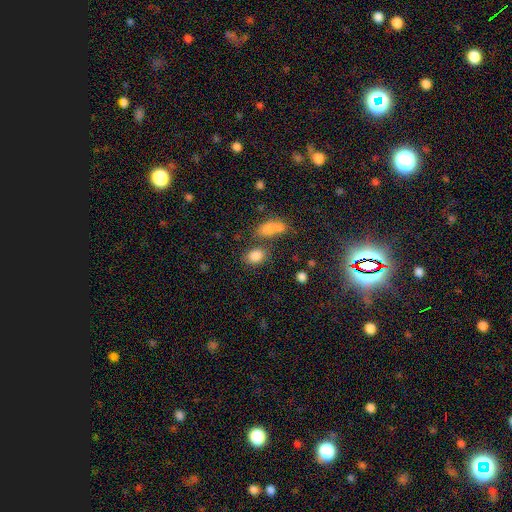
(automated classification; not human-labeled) Morphology: type=smooth (84%); roundness=in between (73%); merging=none (64%).